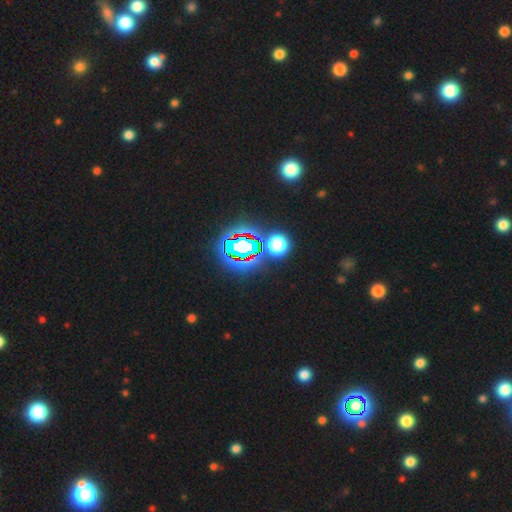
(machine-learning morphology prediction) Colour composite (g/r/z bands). It shows a star or artifact, not a galaxy (82%).